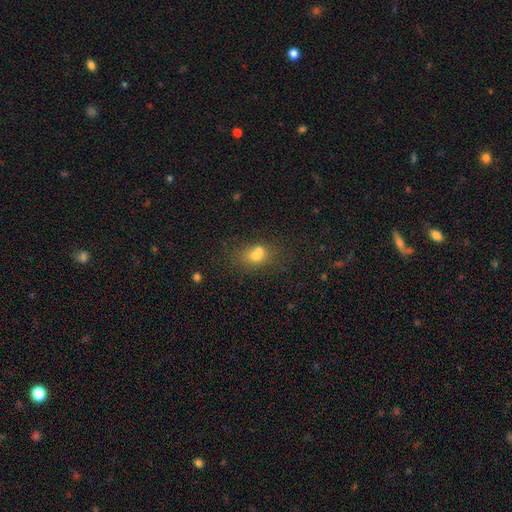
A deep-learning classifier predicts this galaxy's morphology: Smooth or featured: smooth — 68% (featured or disk — 17%)
How rounded: in between — 55% (round — 43%)
Merging: merger — 44% (none — 38%)